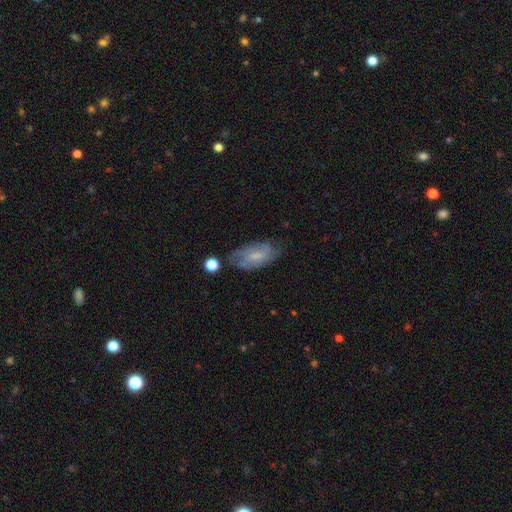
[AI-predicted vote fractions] This is possibly a featured or disk galaxy (52%). It is clearly not viewed edge-on (92%). Merging: likely none (61%).